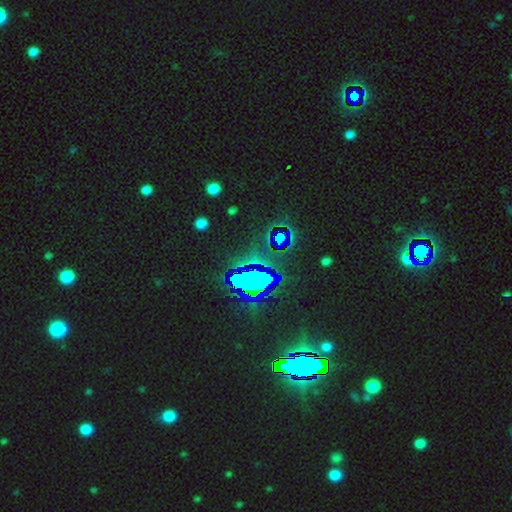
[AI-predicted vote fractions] Smooth or featured: star or artifact — 84% (smooth — 9%)